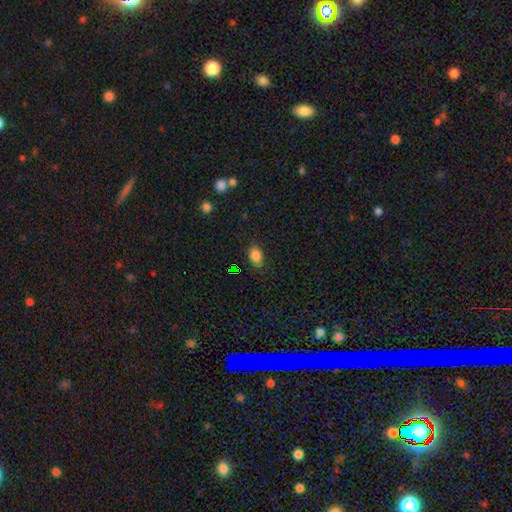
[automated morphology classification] Q: Smooth or featured?
A: smooth (83%); runner-up: star or artifact (12%)
Q: How rounded?
A: in between (76%); runner-up: round (23%)
Q: Merging?
A: none (85%); runner-up: minor disturbance (11%)